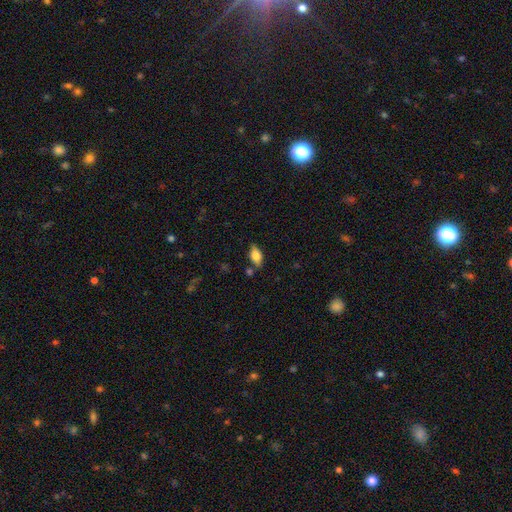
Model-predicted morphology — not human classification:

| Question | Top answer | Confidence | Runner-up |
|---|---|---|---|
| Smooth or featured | smooth | 72% | featured or disk (20%) |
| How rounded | in between | 87% | cigar-shaped (8%) |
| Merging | none | 76% | minor disturbance (16%) |